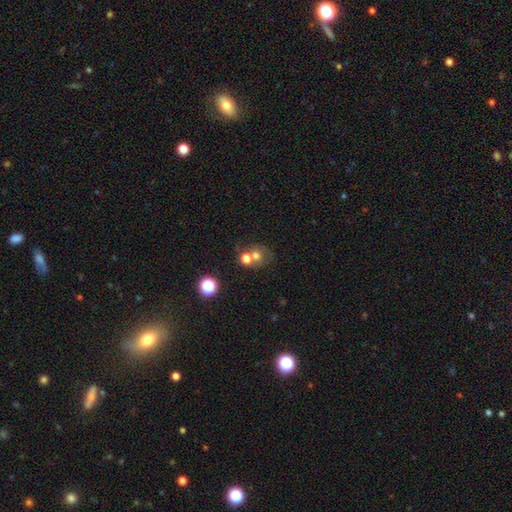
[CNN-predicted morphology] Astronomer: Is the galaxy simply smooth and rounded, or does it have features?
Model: smooth — 62%.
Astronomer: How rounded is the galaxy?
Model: round — 73%.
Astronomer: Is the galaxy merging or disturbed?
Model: merger — 48% (runner-up: none, 37%).